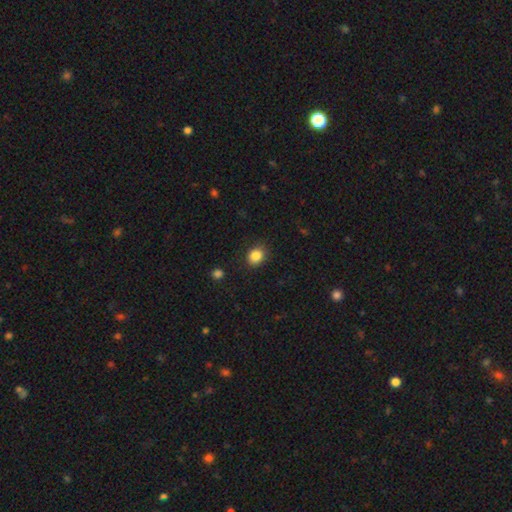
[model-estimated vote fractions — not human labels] smooth 85%, star or artifact 10%, featured or disk 5%. Down the decision tree: how rounded — round (59%); merging — none (86%).